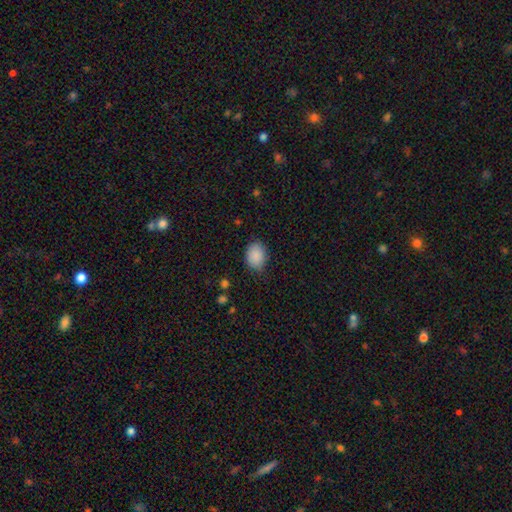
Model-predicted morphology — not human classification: Smooth or featured?
  - smooth: 89% *
  - star or artifact: 8%
  - featured or disk: 4%
How rounded?
  - in between: 67% *
  - round: 32%
  - cigar-shaped: 1%
Merging?
  - none: 79% *
  - minor disturbance: 16%
  - major disturbance: 4%
  - merger: 1%